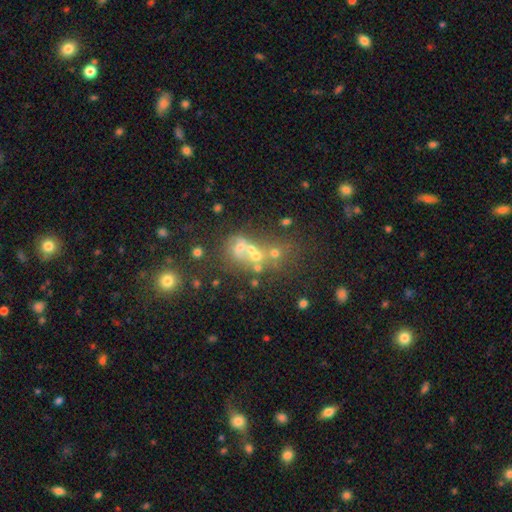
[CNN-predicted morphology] Smooth or featured?
  - smooth: 38% *
  - featured or disk: 36%
  - star or artifact: 27%
Merging?
  - merger: 49% *
  - none: 29%
  - major disturbance: 12%
  - minor disturbance: 10%